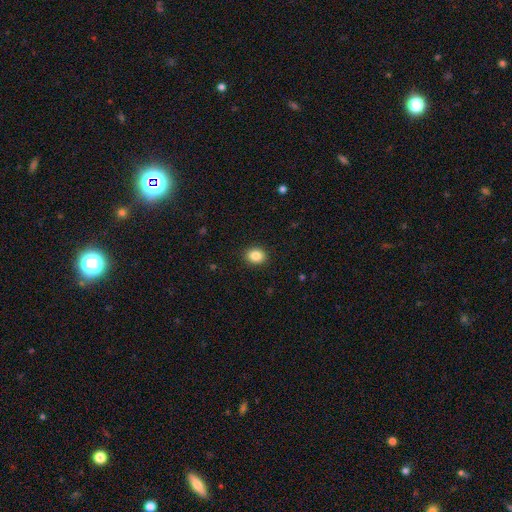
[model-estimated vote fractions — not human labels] A smooth galaxy with no disk features (86%) that is round (59%).

Vote fractions:
- Smooth or featured? smooth: 86% / star or artifact: 9% / featured or disk: 5%
- How rounded? round: 59% / in between: 40% / cigar-shaped: 1%
- Merging? none: 91% / minor disturbance: 6% / major disturbance: 2% / merger: 1%